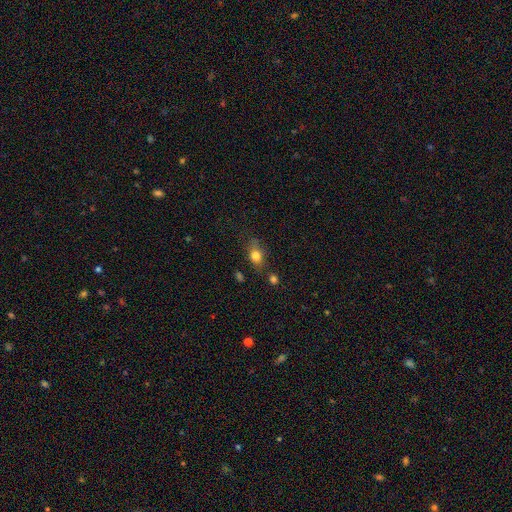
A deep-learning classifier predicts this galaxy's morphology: Smooth or featured?
  - smooth: 78% *
  - featured or disk: 11%
  - star or artifact: 10%
How rounded?
  - in between: 65% *
  - round: 31%
  - cigar-shaped: 4%
Merging?
  - none: 67% *
  - minor disturbance: 21%
  - major disturbance: 6%
  - merger: 6%